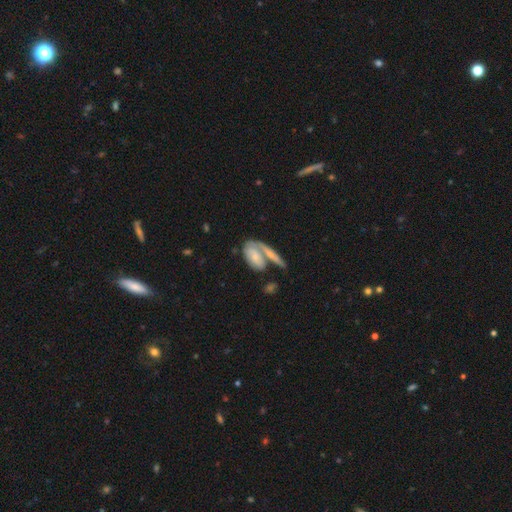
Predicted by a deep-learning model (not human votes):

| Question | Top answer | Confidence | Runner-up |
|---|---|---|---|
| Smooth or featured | smooth | 53% | featured or disk (41%) |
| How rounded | in between | 82% | cigar-shaped (12%) |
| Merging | merger | 46% | none (32%) |